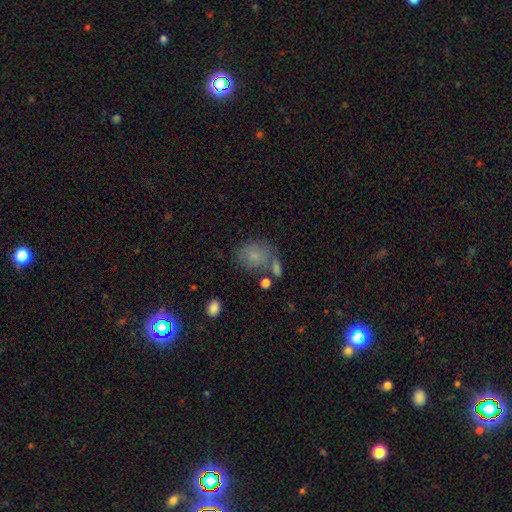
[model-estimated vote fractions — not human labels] Smooth or featured? Predicted: smooth (p=0.74). How rounded? Predicted: round (p=0.64). Merging? Predicted: none (p=0.58).